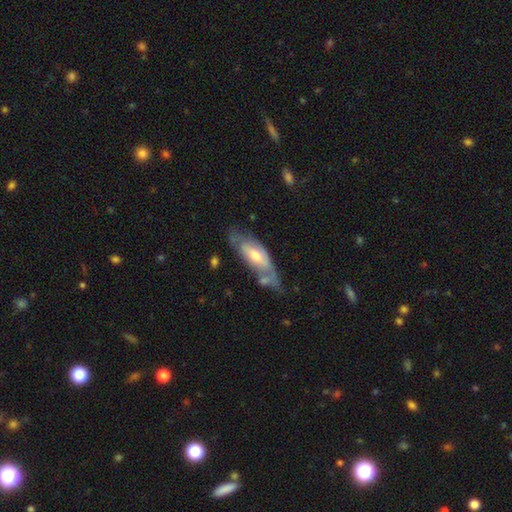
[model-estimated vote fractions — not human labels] featured or disk 55%, smooth 40%, star or artifact 6%. Down the decision tree: edge-on disk — no (76%); merging — none (40%).